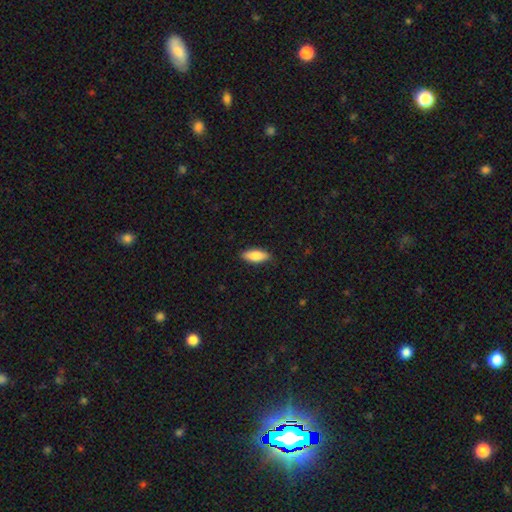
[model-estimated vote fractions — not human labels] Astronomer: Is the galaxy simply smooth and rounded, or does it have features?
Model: smooth — 84%.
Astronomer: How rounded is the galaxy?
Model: in between — 72%.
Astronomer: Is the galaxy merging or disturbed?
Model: none — 88%.